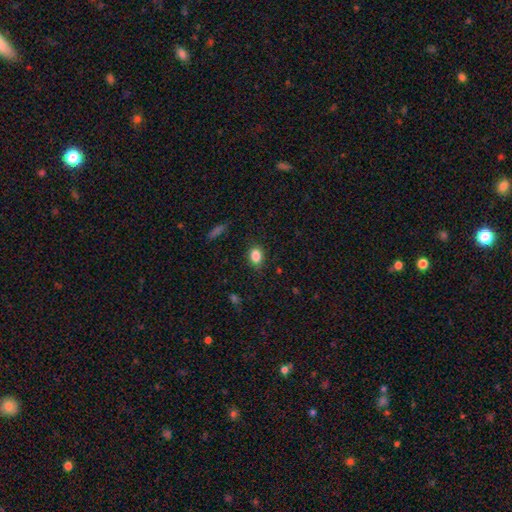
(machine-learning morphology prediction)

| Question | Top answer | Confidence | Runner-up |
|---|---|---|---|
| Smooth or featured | smooth | 85% | star or artifact (10%) |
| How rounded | in between | 69% | round (30%) |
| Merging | none | 84% | minor disturbance (12%) |